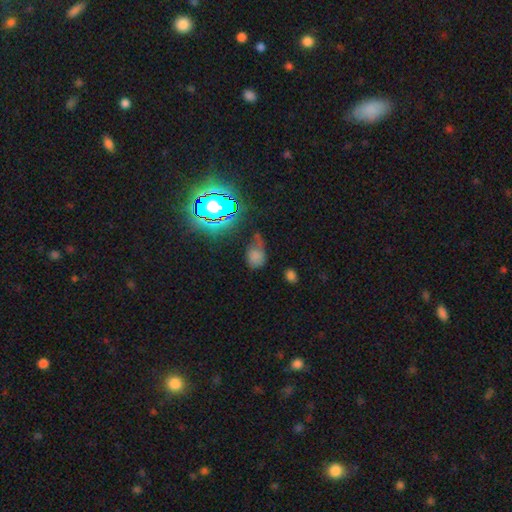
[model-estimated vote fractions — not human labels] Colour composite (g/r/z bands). It shows a smooth galaxy with no disk features (59%) that is in between round and cigar-shaped (60%). Merging: none (33%).